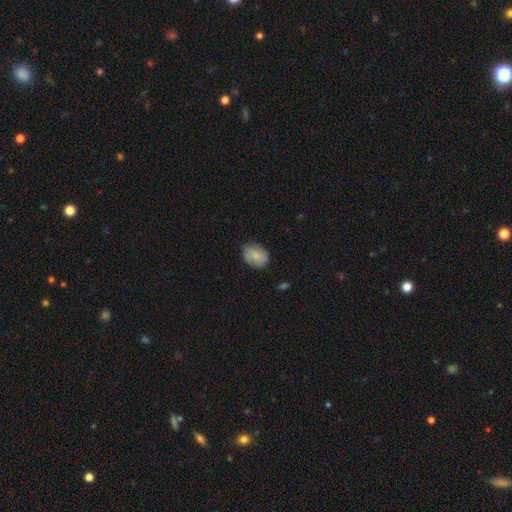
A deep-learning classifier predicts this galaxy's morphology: smooth_or_featured: smooth (p=0.73) [alt: featured or disk p=0.20]
how_rounded: in between (p=0.60) [alt: round p=0.39]
merging: none (p=0.75) [alt: minor disturbance p=0.20]